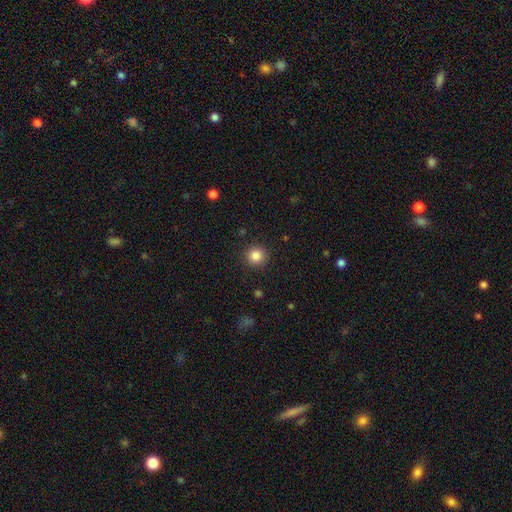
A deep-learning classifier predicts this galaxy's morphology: The model was most divided on "smooth or featured": smooth: 85%, star or artifact: 11%, featured or disk: 4%. More confident: how rounded — round (95%); merging — none (91%).